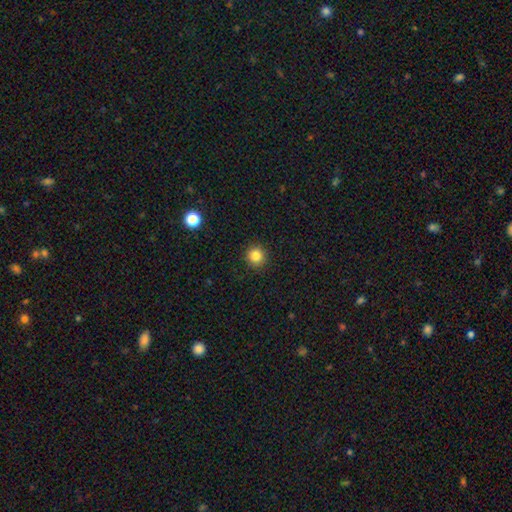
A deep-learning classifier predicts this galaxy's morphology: A smooth galaxy with no disk features (84%) that is round (94%). Merging: none (92%).